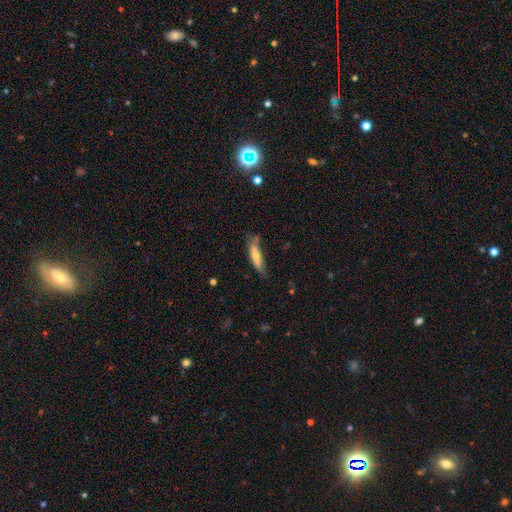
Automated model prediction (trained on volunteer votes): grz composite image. It shows a smooth galaxy with no disk features (49%). Merging: none (64%).